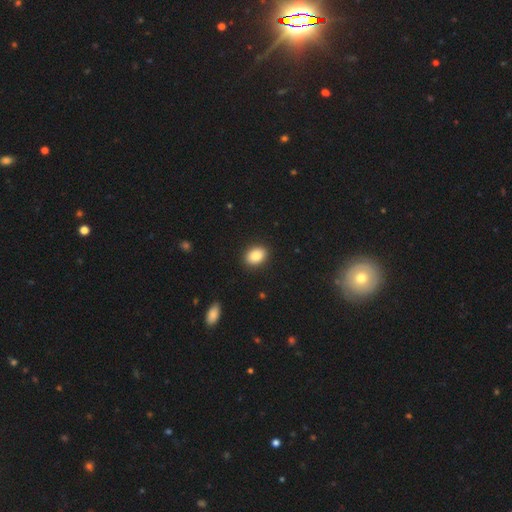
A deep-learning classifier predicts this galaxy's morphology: A smooth galaxy with no disk features (86%) that is in between round and cigar-shaped (73%). Merging: none (90%).